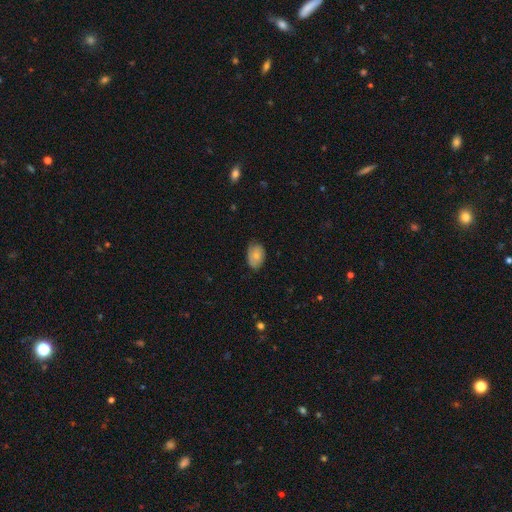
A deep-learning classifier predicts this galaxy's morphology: Smooth or featured? smooth (72%)
How rounded? in between (86%)
Merging? none (68%)